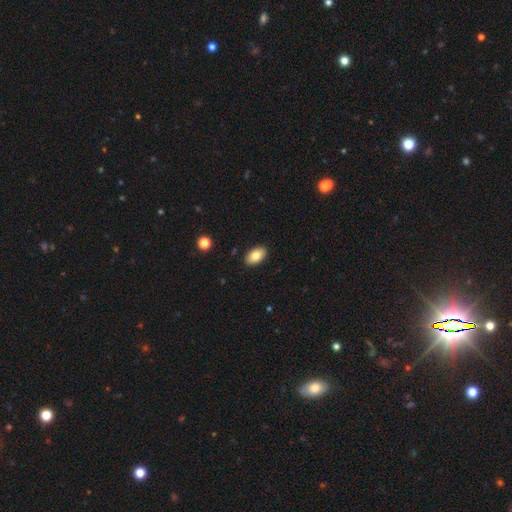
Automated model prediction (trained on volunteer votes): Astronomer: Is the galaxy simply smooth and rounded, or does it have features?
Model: smooth — 80%.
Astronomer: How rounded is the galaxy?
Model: in between — 93%.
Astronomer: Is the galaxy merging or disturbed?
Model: none — 89%.